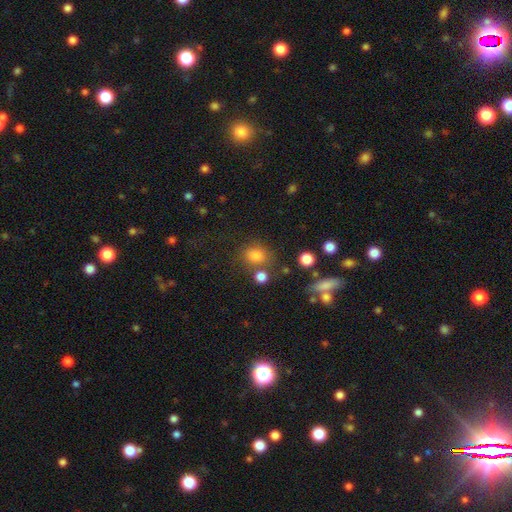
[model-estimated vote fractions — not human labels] Overall: smooth (78%). How rounded: round (53%; in between 46%). Merging: none (64%).